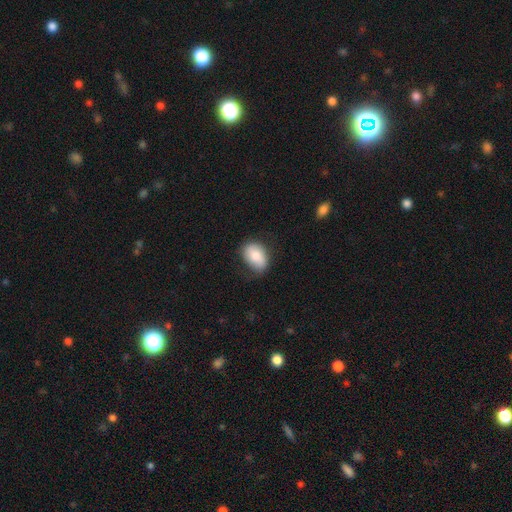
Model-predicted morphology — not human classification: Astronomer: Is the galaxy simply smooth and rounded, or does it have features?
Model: smooth — 79%.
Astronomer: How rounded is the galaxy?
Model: in between — 82%.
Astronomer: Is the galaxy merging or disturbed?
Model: none — 68%.